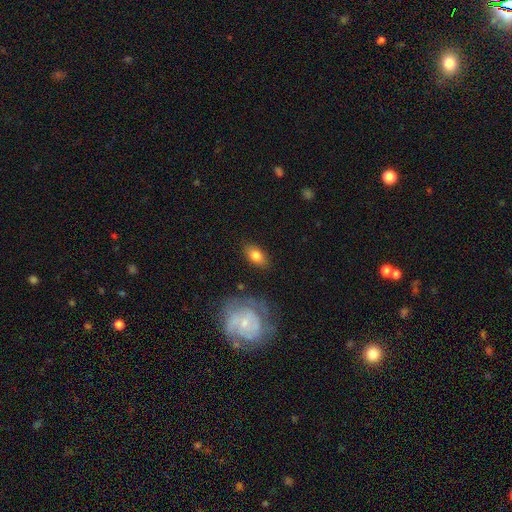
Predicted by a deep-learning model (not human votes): Smooth or featured? Predicted: smooth (p=0.77). How rounded? Predicted: in between (p=0.88). Merging? Predicted: none (p=0.83).